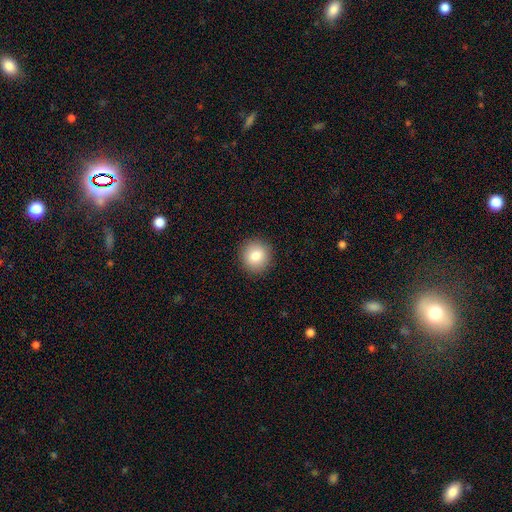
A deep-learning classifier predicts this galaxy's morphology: A smooth galaxy with no disk features (83%) that is round (91%).

Vote fractions:
- Smooth or featured? smooth: 83% / star or artifact: 9% / featured or disk: 8%
- How rounded? round: 91% / in between: 8% / cigar-shaped: 1%
- Merging? none: 92% / minor disturbance: 6% / major disturbance: 2% / merger: 1%